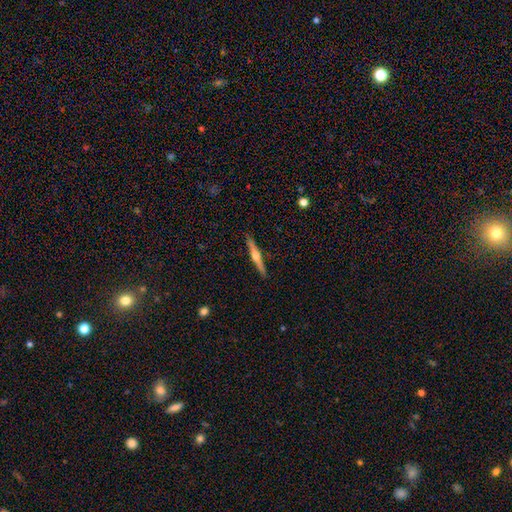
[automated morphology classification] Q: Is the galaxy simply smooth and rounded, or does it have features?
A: featured or disk — 71%.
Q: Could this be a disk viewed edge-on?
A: yes — 98%.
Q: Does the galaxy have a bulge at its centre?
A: rounded — 90%.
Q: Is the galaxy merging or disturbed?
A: none — 91%.